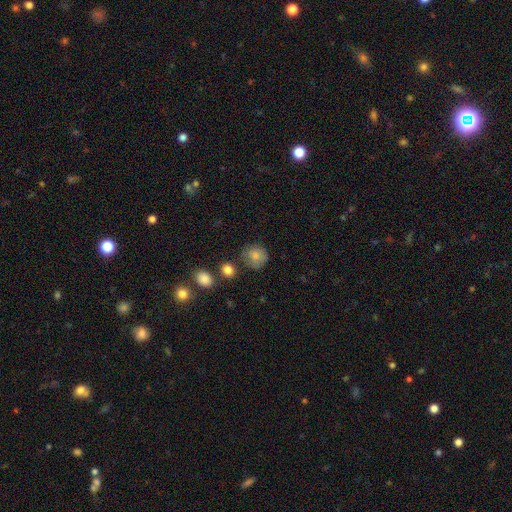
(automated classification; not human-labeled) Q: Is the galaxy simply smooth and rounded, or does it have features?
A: smooth — 81%.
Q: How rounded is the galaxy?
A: round — 85%.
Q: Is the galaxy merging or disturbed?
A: none — 68%.